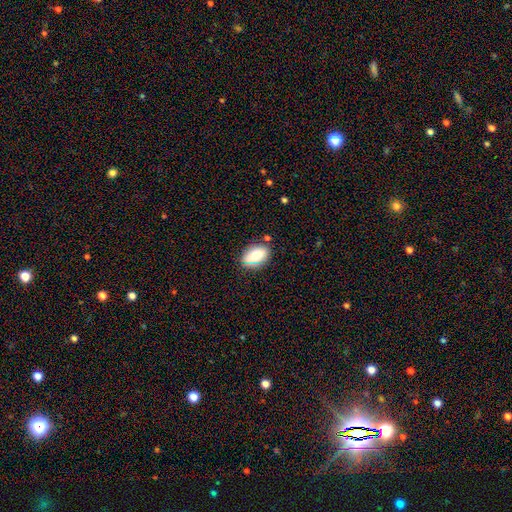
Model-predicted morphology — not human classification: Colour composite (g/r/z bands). It shows a smooth galaxy with no disk features (83%) that is in between round and cigar-shaped (90%). Merging: none (75%).